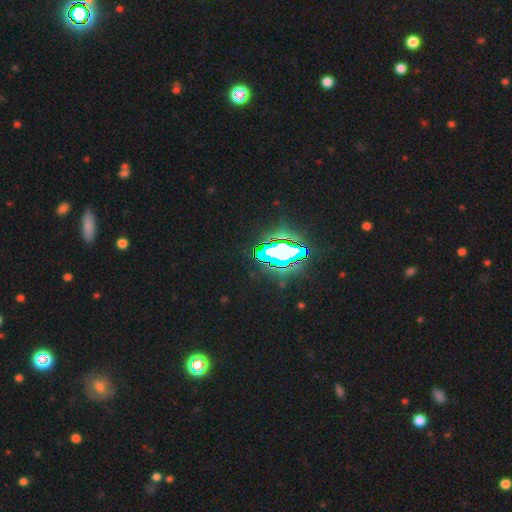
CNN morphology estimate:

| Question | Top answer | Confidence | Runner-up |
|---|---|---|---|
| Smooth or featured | star or artifact | 83% | smooth (10%) |